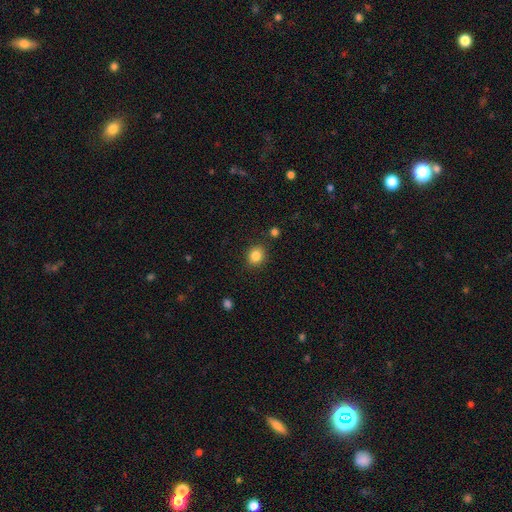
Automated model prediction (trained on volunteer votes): This is clearly a smooth galaxy (85%). How rounded: likely round (72%). Merging: clearly none (87%).